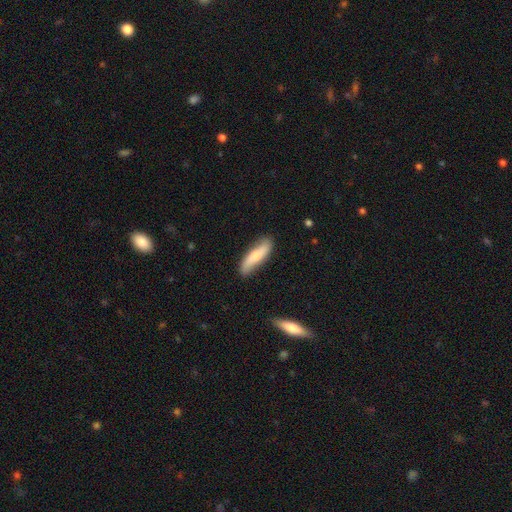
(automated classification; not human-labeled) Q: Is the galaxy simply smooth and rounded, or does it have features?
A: smooth — 60%.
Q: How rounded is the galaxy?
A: cigar-shaped — 68%.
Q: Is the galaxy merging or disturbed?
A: none — 81%.